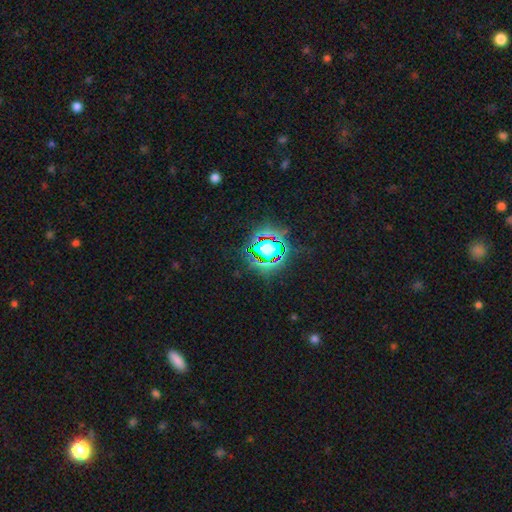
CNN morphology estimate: Smooth or featured? Predicted: star or artifact (p=0.73).